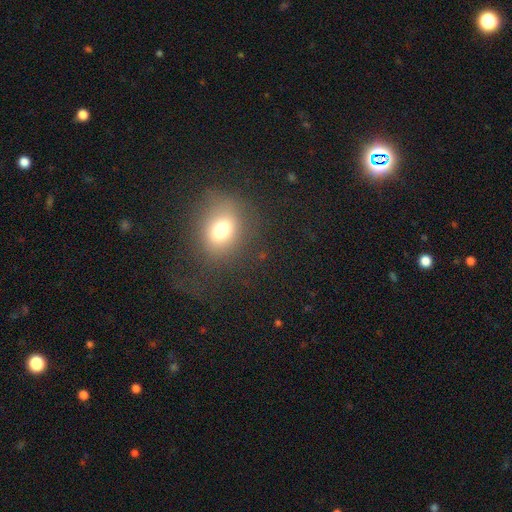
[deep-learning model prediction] Morphology: type=smooth (61%); roundness=round (56%); merging=none (76%).